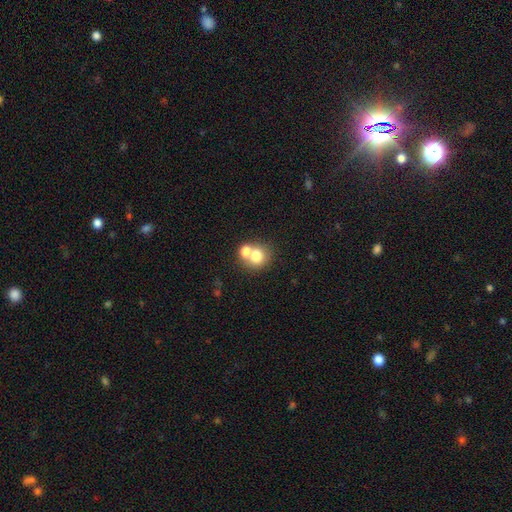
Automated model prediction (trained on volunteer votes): The model was most divided on "merging": merger: 48%, none: 42%, minor disturbance: 6%, major disturbance: 3%. More confident: how rounded — round (79%); smooth or featured — smooth (72%).